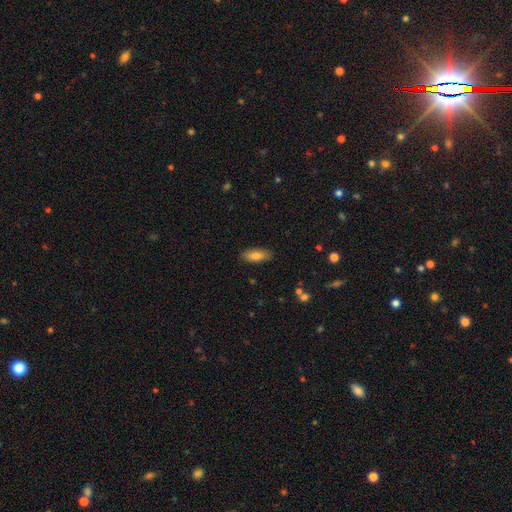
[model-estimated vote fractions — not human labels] This is likely a smooth galaxy (79%). How rounded: likely in between (76%). Merging: clearly none (87%).